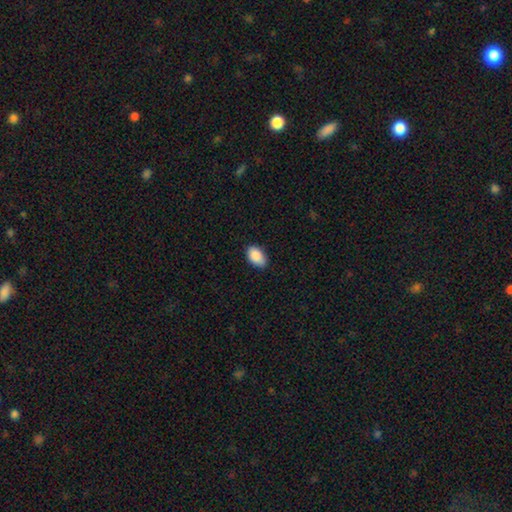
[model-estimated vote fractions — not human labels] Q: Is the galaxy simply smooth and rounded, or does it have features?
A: smooth — 89%.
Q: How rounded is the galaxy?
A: in between — 92%.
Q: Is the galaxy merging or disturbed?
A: none — 81%.